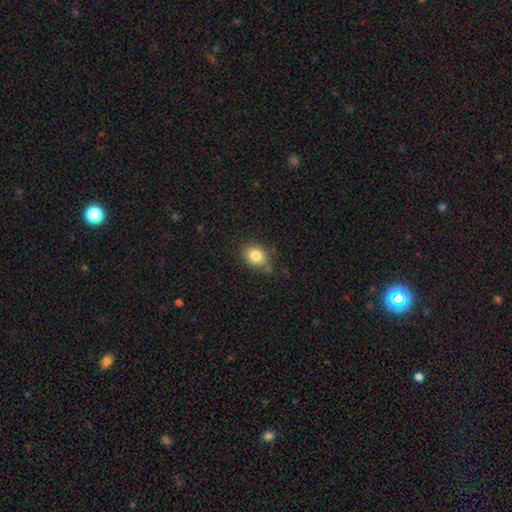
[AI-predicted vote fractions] Smooth or featured? smooth (83%)
How rounded? round (52%)
Merging? none (76%)